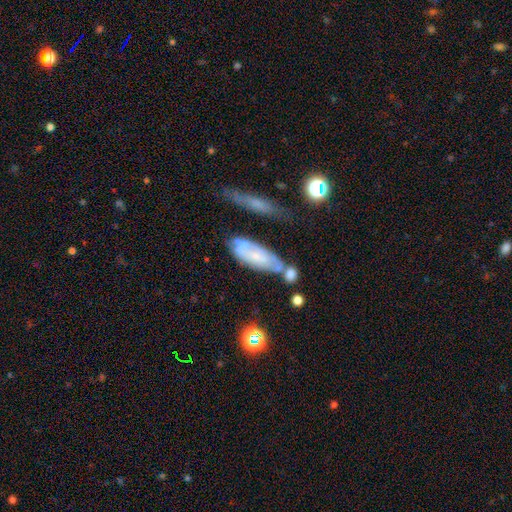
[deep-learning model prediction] Morphology: type=featured or disk (49%); merging=none (47%).